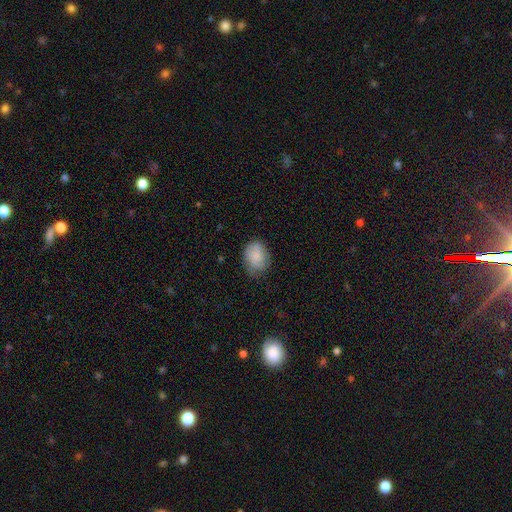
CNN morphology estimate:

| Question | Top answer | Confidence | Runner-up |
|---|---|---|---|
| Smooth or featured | smooth | 77% | featured or disk (16%) |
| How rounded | in between | 55% | round (44%) |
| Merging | none | 69% | minor disturbance (24%) |